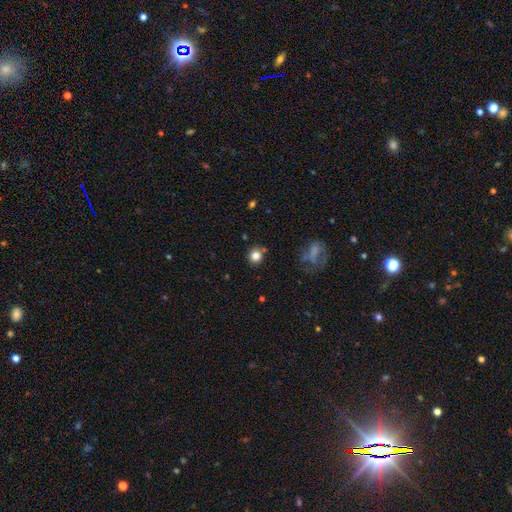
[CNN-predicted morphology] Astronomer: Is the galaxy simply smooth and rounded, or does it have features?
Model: smooth — 82%.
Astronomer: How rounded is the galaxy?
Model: round — 89%.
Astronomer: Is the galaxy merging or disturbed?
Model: none — 84%.